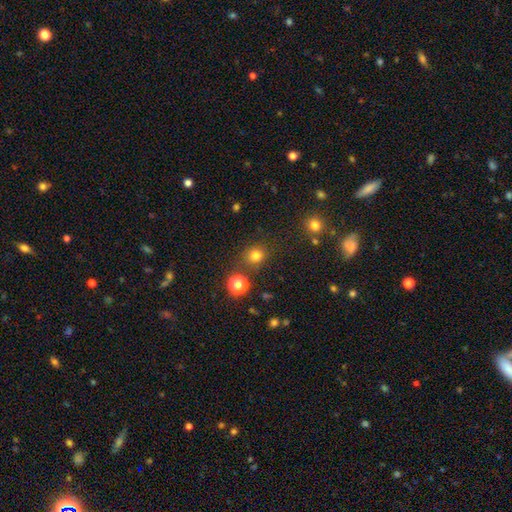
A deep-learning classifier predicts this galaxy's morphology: This appears to be a smooth galaxy with no disk features (78%) that is round (86%). Merging: none (81%).